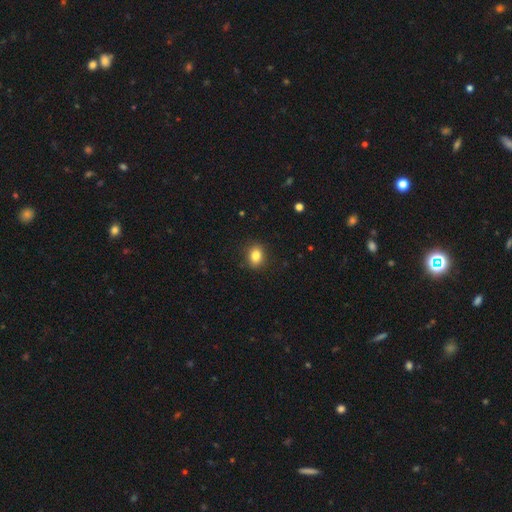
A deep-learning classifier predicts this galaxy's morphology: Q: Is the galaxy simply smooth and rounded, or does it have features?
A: smooth — 84%.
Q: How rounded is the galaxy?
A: in between — 60%.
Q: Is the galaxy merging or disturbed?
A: none — 88%.